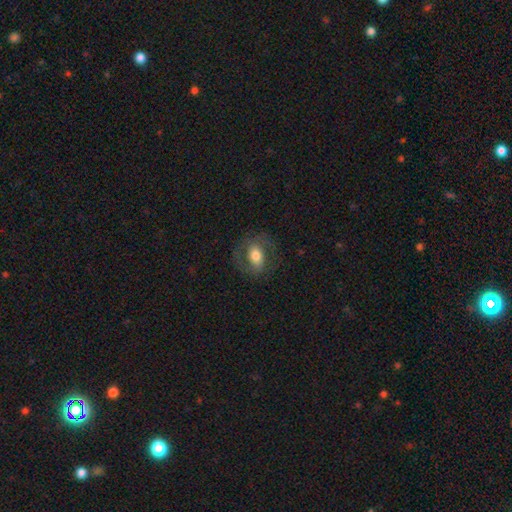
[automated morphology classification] Smooth or featured? featured or disk (46%, tied with smooth)
Merging? none (71%)